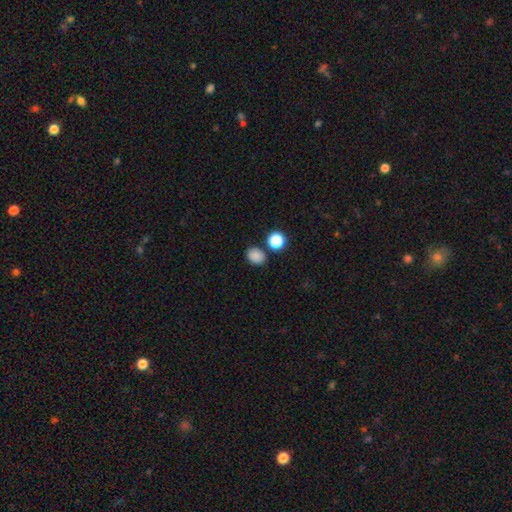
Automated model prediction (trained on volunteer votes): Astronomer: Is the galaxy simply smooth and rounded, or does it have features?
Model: smooth — 84%.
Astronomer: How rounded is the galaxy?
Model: in between — 52% (runner-up: round, 47%).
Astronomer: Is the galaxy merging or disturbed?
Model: none — 79%.